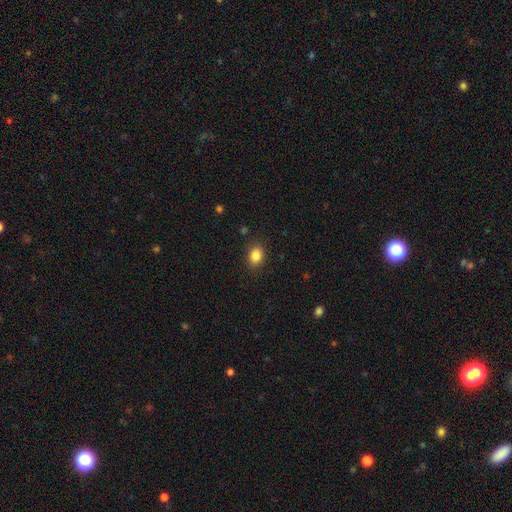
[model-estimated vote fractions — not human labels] Smooth or featured: smooth — 85% (star or artifact — 10%)
How rounded: in between — 62% (round — 37%)
Merging: none — 87% (minor disturbance — 9%)